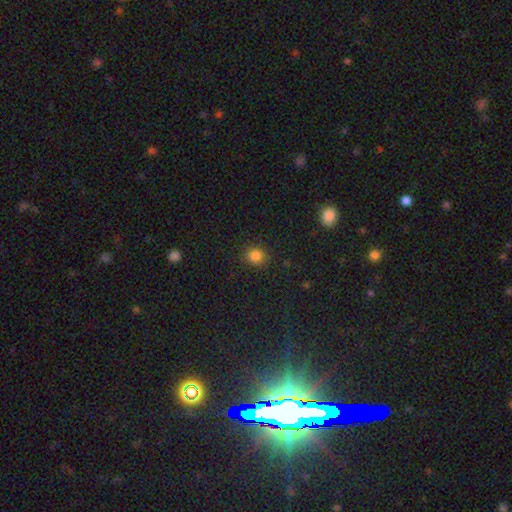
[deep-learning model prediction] Morphology: type=smooth (83%); roundness=round (85%); merging=none (88%).